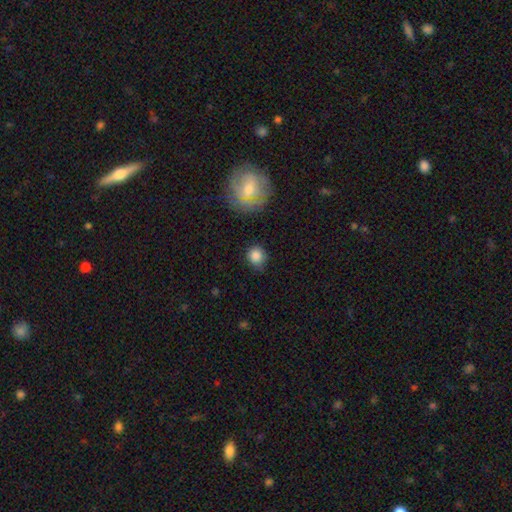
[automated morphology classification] The model was most divided on "merging": none: 75%, minor disturbance: 19%, major disturbance: 4%, merger: 2%. More confident: how rounded — round (85%); smooth or featured — smooth (84%).